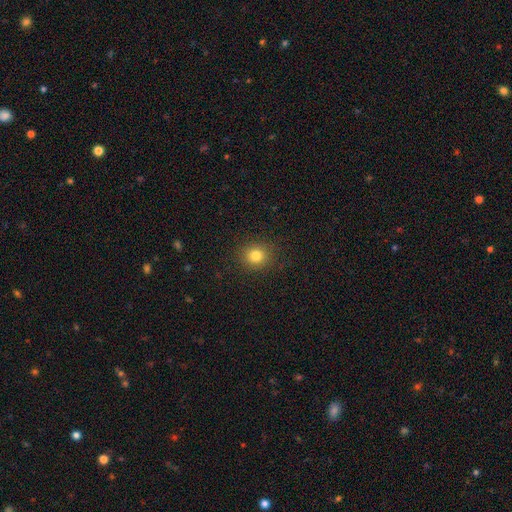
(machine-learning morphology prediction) A smooth galaxy with no disk features (81%) that is round (81%).

Vote fractions:
- Smooth or featured? smooth: 81% / star or artifact: 13% / featured or disk: 6%
- How rounded? round: 81% / in between: 18% / cigar-shaped: 1%
- Merging? none: 89% / minor disturbance: 8% / major disturbance: 3% / merger: 1%